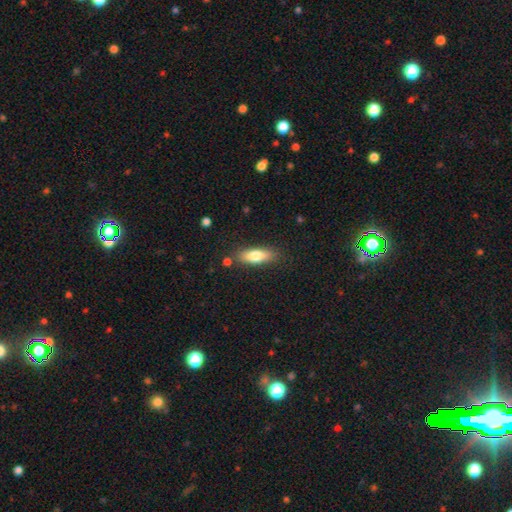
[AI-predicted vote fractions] Morphology: type=smooth (75%); roundness=in between (62%); merging=none (81%).